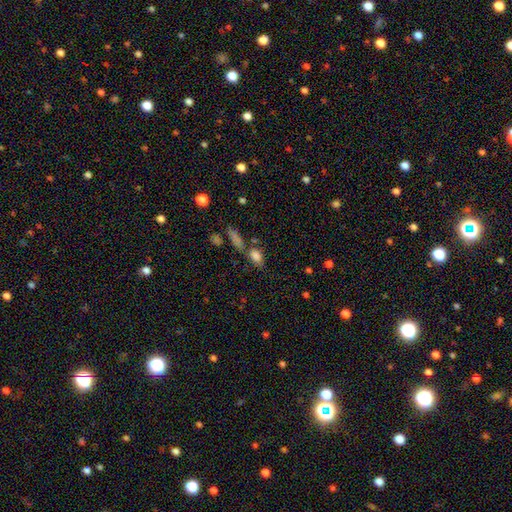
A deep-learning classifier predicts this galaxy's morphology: This is clearly a smooth galaxy (80%). How rounded: likely in between (78%). Merging: possibly none (58%).